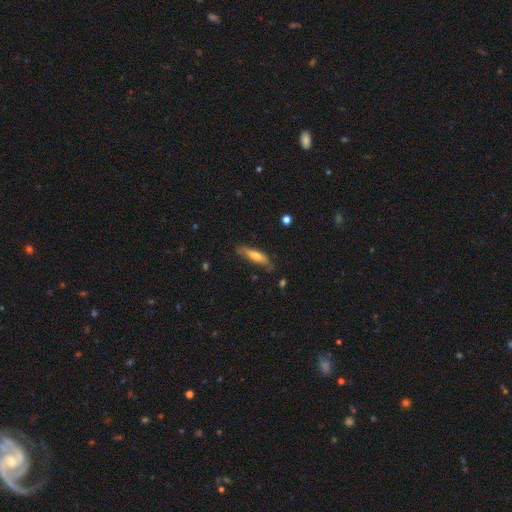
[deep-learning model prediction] A smooth galaxy with no disk features (61%) that is cigar-shaped (65%).

Vote fractions:
- Smooth or featured? smooth: 61% / featured or disk: 32% / star or artifact: 6%
- How rounded? cigar-shaped: 65% / in between: 33% / round: 2%
- Merging? none: 67% / minor disturbance: 24% / major disturbance: 6% / merger: 2%